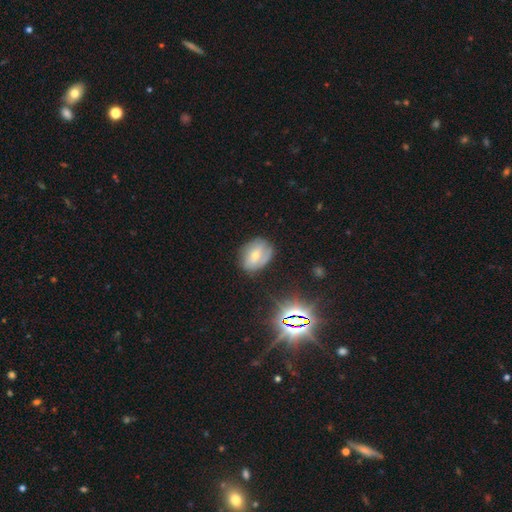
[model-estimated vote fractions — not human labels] Smooth or featured: smooth — 46% (featured or disk — 41%)
Merging: none — 68% (minor disturbance — 23%)